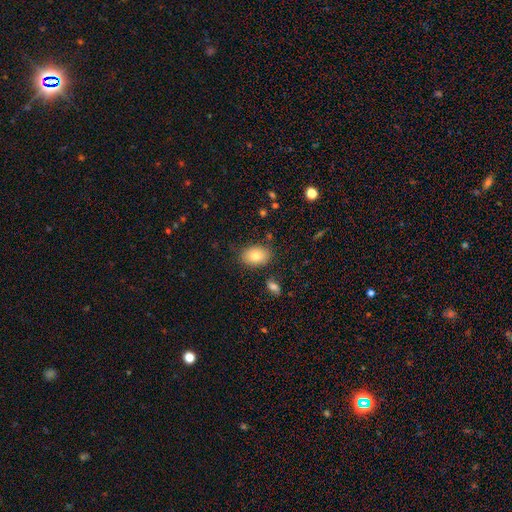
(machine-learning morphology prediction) Overall: smooth (80%). How rounded: in between (80%). Merging: none (82%).